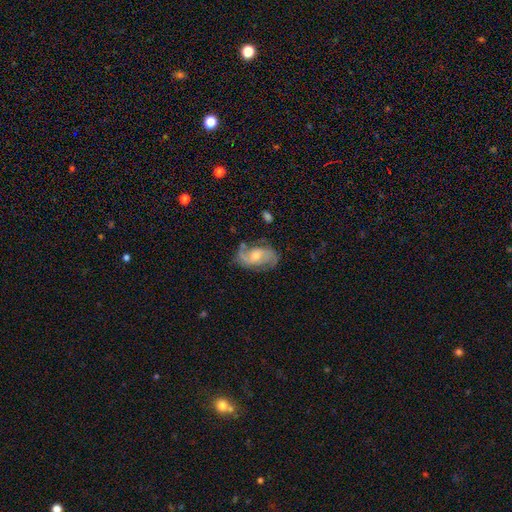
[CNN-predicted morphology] Q: Smooth or featured?
A: featured or disk (81%); runner-up: smooth (13%)
Q: Edge-on disk?
A: no (96%); runner-up: yes (4%)
Q: Bar?
A: no (52%); runner-up: weak (39%)
Q: Spiral arms?
A: yes (94%); runner-up: no (6%)
Q: Spiral winding?
A: medium (47%); runner-up: loose (31%)
Q: Spiral arm count?
A: 2 (85%); runner-up: can't tell (7%)
Q: Bulge size?
A: moderate (56%); runner-up: small (38%)
Q: Merging?
A: none (71%); runner-up: minor disturbance (19%)